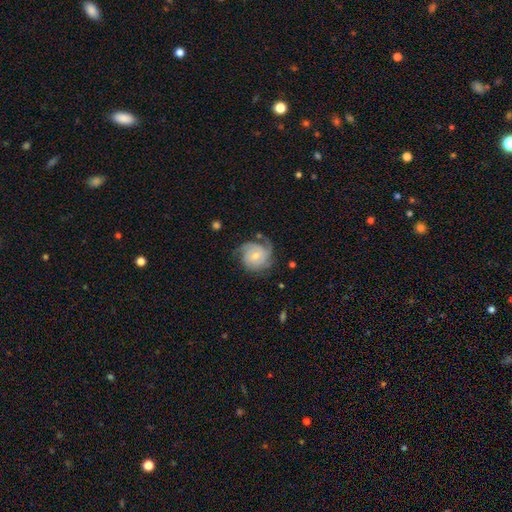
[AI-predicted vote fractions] featured or disk 75%, smooth 19%, star or artifact 6%. Down the decision tree: edge-on disk — no (98%); bar — no (69%); spiral arms — yes (93%); spiral arm count — 2 (30%); spiral winding — tight (53%); bulge size — small (53%); merging — none (62%).